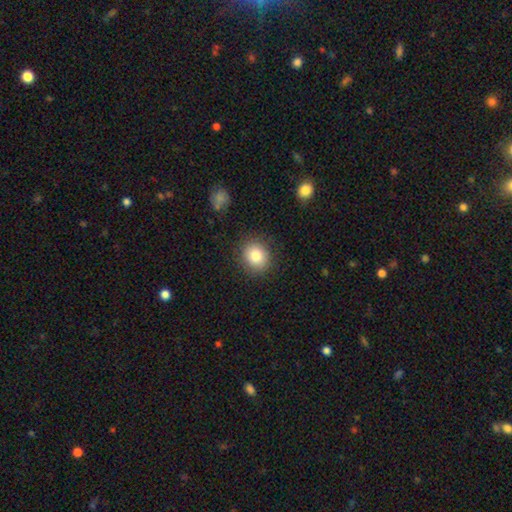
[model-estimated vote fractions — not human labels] smooth_or_featured: smooth (p=0.82) [alt: star or artifact p=0.09]
how_rounded: round (p=0.79) [alt: in between p=0.21]
merging: none (p=0.87) [alt: minor disturbance p=0.09]